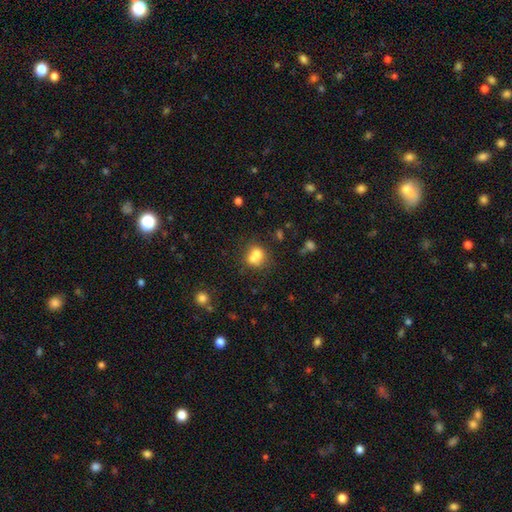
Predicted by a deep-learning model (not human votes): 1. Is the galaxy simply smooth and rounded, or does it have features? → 68% smooth, 20% featured or disk, 12% star or artifact.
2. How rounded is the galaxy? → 71% round, 28% in between, 1% cigar-shaped.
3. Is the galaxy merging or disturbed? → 58% merger, 30% none, 8% minor disturbance, 4% major disturbance.